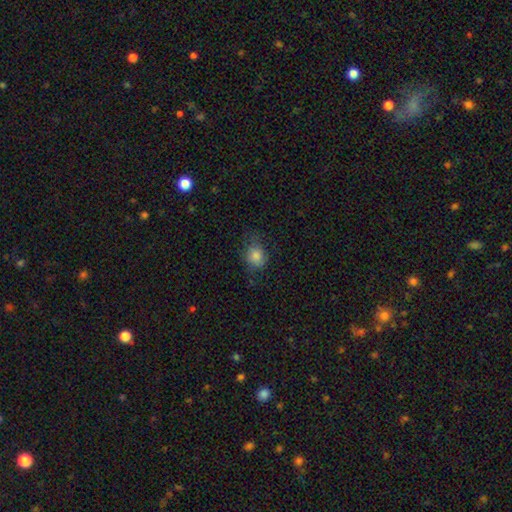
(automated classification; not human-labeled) Smooth or featured: smooth — 81% (star or artifact — 11%)
How rounded: round — 55% (in between — 44%)
Merging: none — 65% (minor disturbance — 25%)